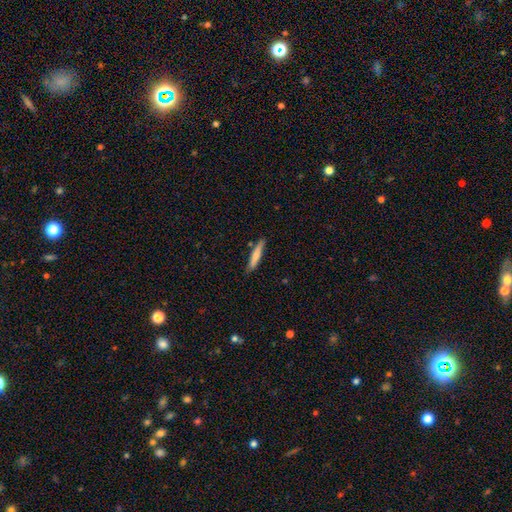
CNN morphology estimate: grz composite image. It shows a smooth galaxy with no disk features (71%) that is cigar-shaped (91%). Merging: none (84%).